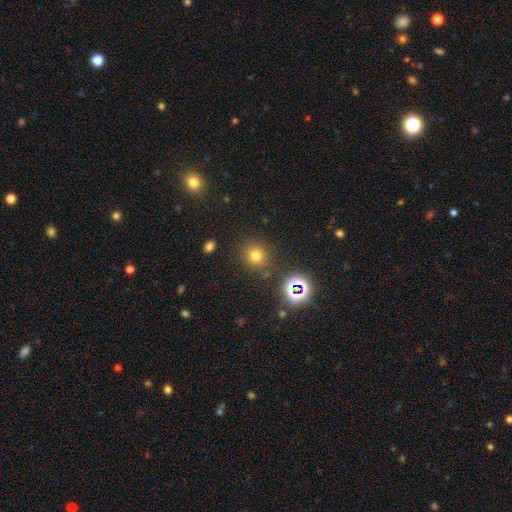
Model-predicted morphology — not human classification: smooth-or-featured: smooth: 69% | star or artifact: 23% | featured or disk: 8%
  how-rounded: round: 90% | in between: 9% | cigar-shaped: 1%
  merging: none: 85% | minor disturbance: 8% | merger: 4% | major disturbance: 4%